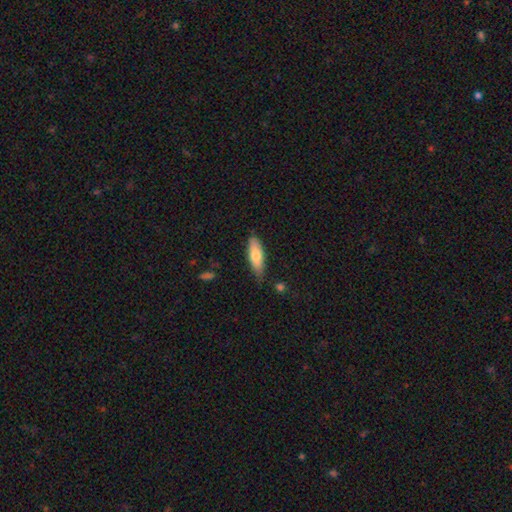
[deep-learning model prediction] smooth_or_featured: smooth (p=0.73) [alt: featured or disk p=0.21]
how_rounded: in between (p=0.56) [alt: cigar-shaped p=0.42]
merging: none (p=0.74) [alt: minor disturbance p=0.21]